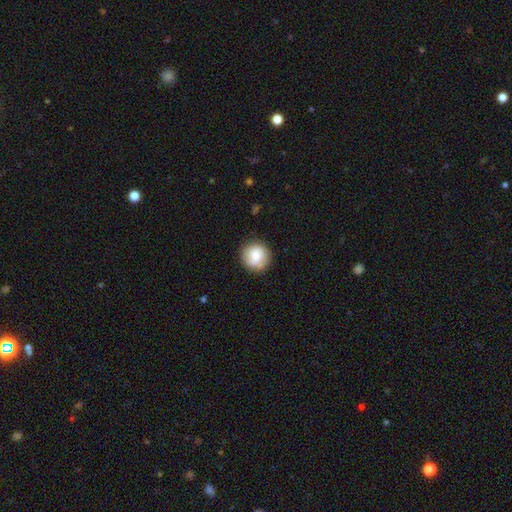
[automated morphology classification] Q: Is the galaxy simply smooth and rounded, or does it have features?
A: smooth — 79%.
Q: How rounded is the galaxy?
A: round — 93%.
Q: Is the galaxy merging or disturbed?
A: none — 81%.